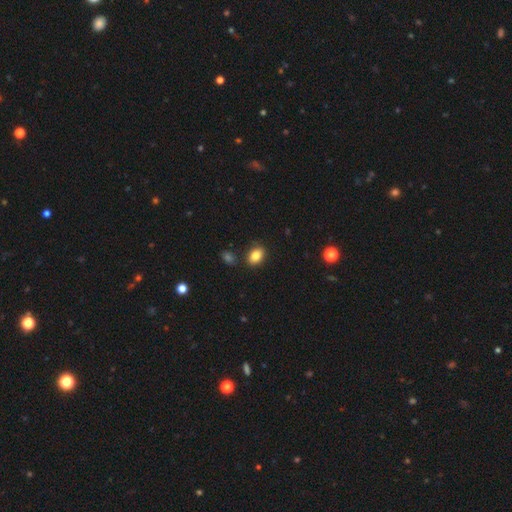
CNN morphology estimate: Smooth or featured: smooth — 84% (star or artifact — 9%)
How rounded: in between — 79% (round — 19%)
Merging: none — 84% (minor disturbance — 10%)